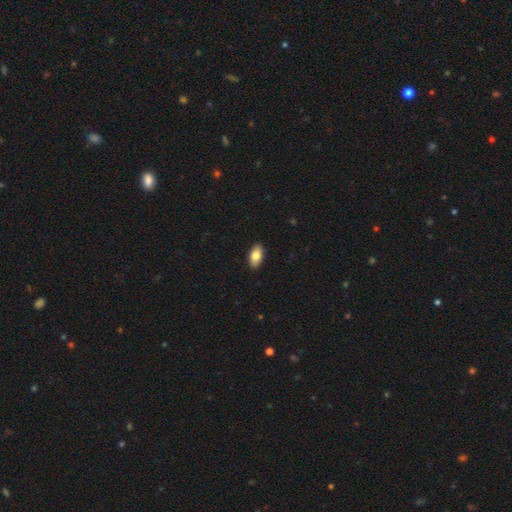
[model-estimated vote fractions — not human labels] The model was most divided on "smooth or featured": smooth: 81%, featured or disk: 12%, star or artifact: 7%. More confident: how rounded — in between (93%); merging — none (91%).